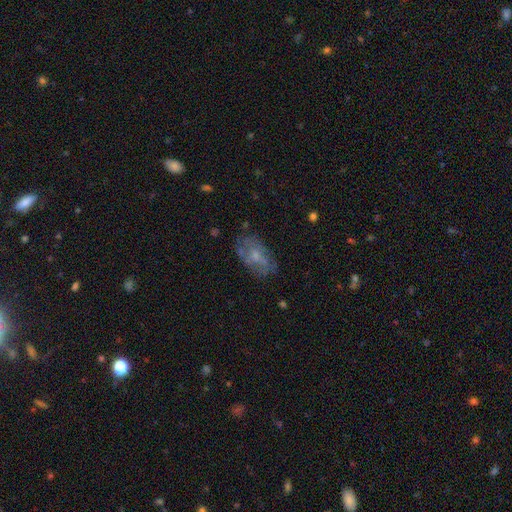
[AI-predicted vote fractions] The model was most divided on "smooth or featured": featured or disk: 49%, smooth: 41%, star or artifact: 9%. More confident: merging — none (62%).